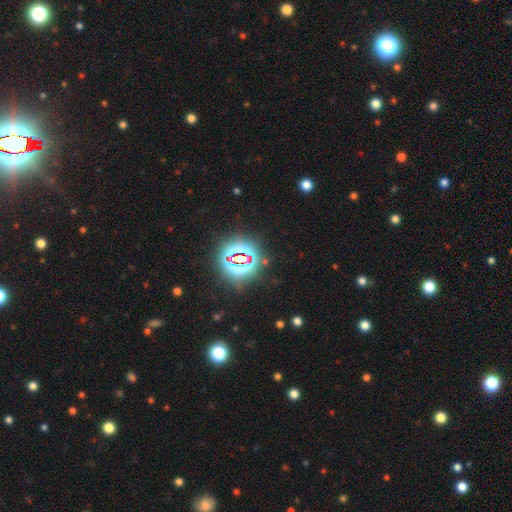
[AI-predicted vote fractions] smooth-or-featured: star or artifact: 80% | smooth: 12% | featured or disk: 8%